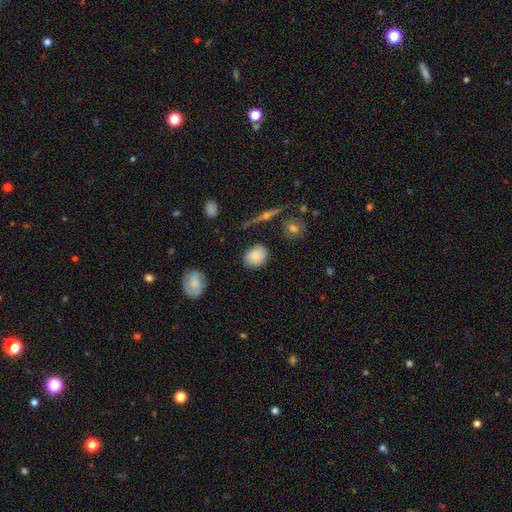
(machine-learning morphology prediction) Smooth or featured? smooth (79%)
How rounded? round (58%)
Merging? none (80%)